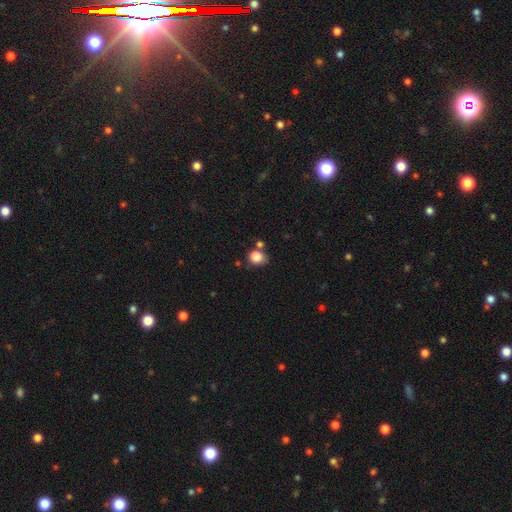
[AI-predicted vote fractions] A smooth galaxy with no disk features (84%) that is round (66%). Merging: none (64%).